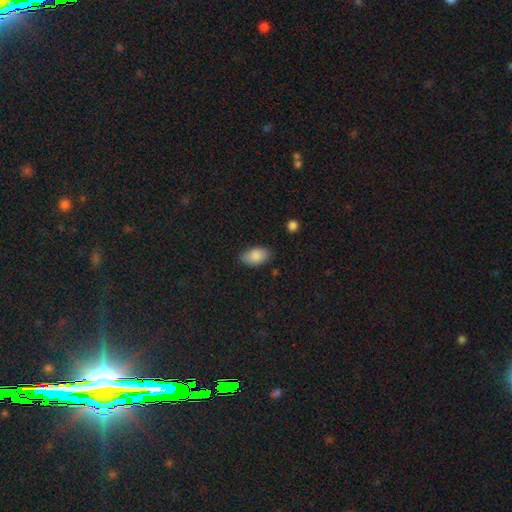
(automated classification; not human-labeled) This appears to be a smooth galaxy with no disk features (87%) that is in between round and cigar-shaped (93%). Merging: none (80%).